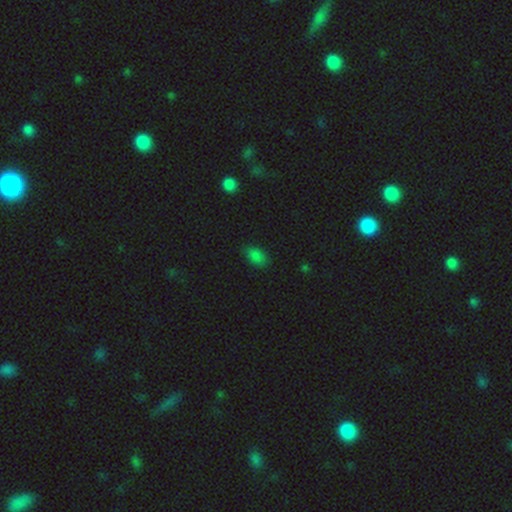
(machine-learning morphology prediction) Q: Smooth or featured?
A: smooth (81%); runner-up: star or artifact (15%)
Q: How rounded?
A: in between (89%); runner-up: round (9%)
Q: Merging?
A: none (82%); runner-up: minor disturbance (14%)